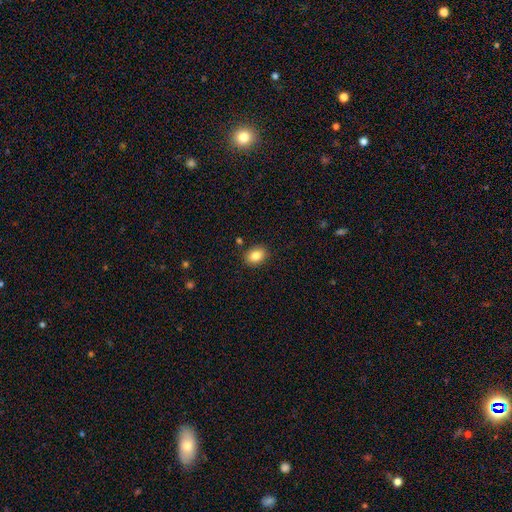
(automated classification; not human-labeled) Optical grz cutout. It shows a smooth galaxy with no disk features (84%) that is in between round and cigar-shaped (69%). Merging: none (87%).